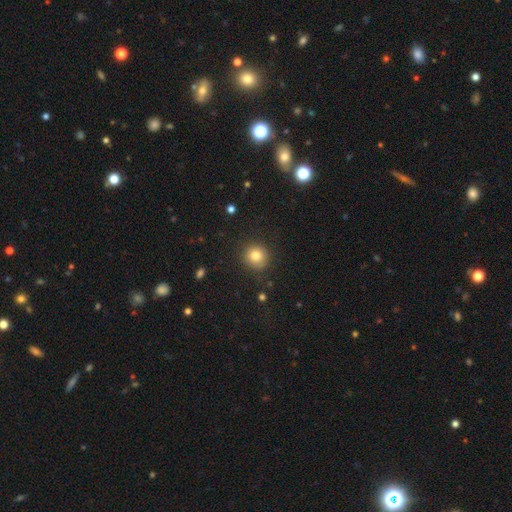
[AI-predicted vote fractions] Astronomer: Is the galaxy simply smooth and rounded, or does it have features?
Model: smooth — 81%.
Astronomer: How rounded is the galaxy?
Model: round — 92%.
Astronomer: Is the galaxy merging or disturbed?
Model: none — 85%.